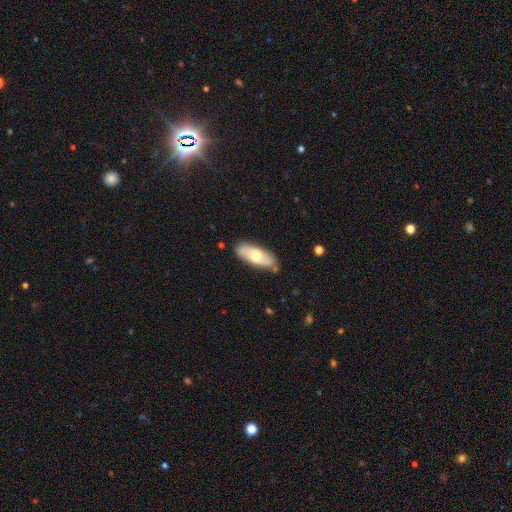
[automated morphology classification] type=smooth (54%); roundness=in between (76%); merging=none (79%).